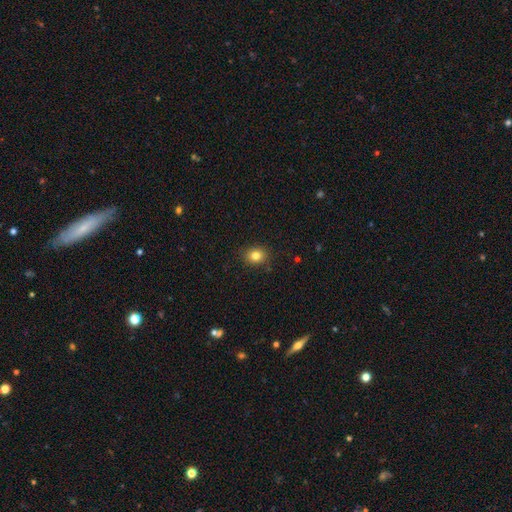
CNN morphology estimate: type=smooth (82%); roundness=round (56%); merging=none (88%).